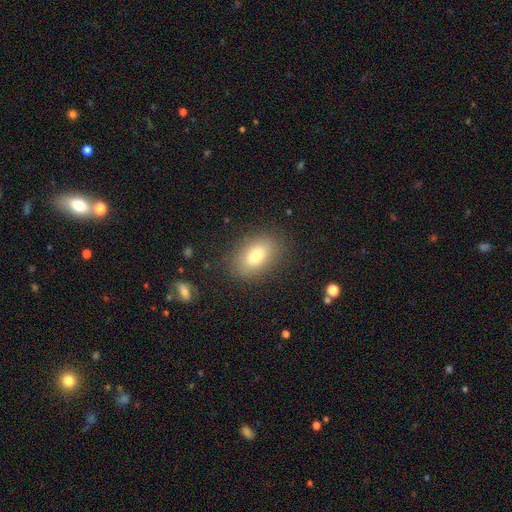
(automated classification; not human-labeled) This is likely a smooth galaxy (77%). How rounded: clearly in between (86%). Merging: clearly none (85%).